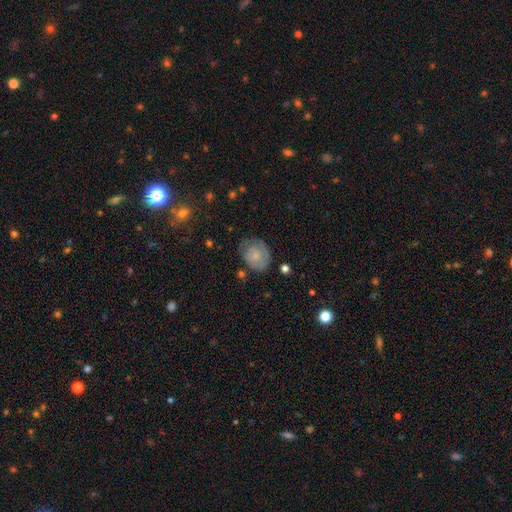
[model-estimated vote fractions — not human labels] Q: Smooth or featured?
A: smooth (52%); runner-up: featured or disk (40%)
Q: How rounded?
A: in between (57%); runner-up: round (42%)
Q: Merging?
A: none (58%); runner-up: minor disturbance (27%)